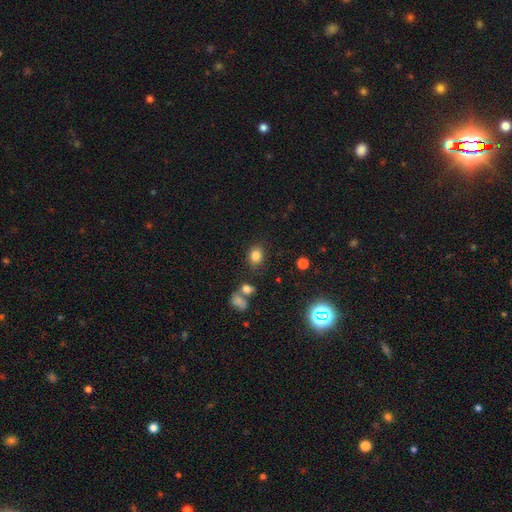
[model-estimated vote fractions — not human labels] A smooth galaxy with no disk features (81%) that is in between round and cigar-shaped (52%). Merging: none (81%).